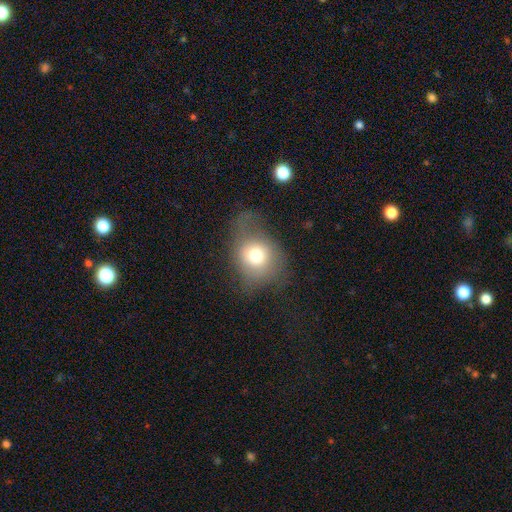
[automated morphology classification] A smooth galaxy with no disk features (69%) that is round (59%). Merging: none (40%).